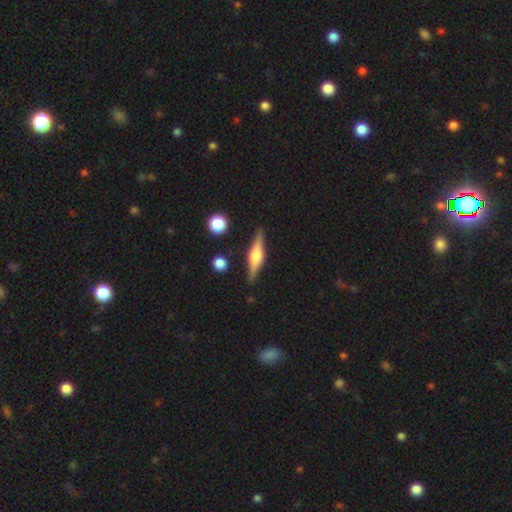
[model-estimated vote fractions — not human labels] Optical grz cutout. It shows a featured or disk galaxy (70%) viewed edge-on (97%) with a rounded central bulge (84%). Merging: none (86%).